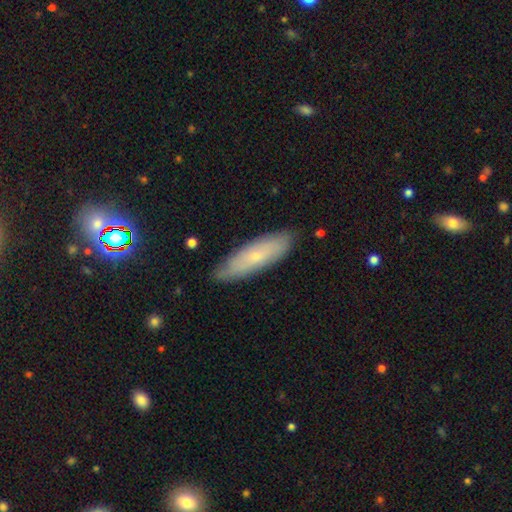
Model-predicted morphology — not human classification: A smooth galaxy with no disk features (57%) that is cigar-shaped (60%).

Vote fractions:
- Smooth or featured? smooth: 57% / featured or disk: 35% / star or artifact: 7%
- How rounded? cigar-shaped: 60% / in between: 38% / round: 2%
- Merging? none: 83% / minor disturbance: 13% / major disturbance: 2% / merger: 1%